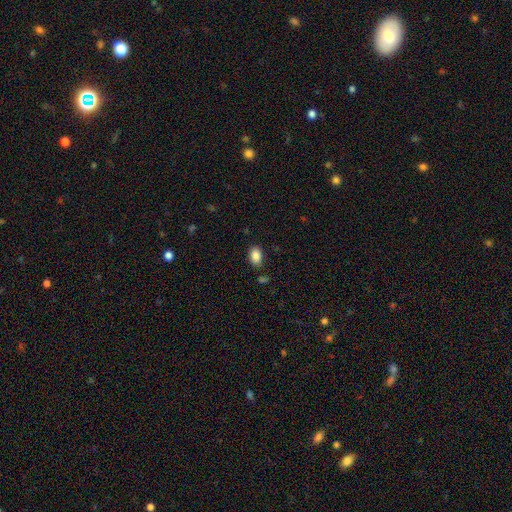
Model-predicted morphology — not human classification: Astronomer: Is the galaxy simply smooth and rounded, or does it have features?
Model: smooth — 87%.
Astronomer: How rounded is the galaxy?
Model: in between — 87%.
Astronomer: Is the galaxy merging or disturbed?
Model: none — 82%.